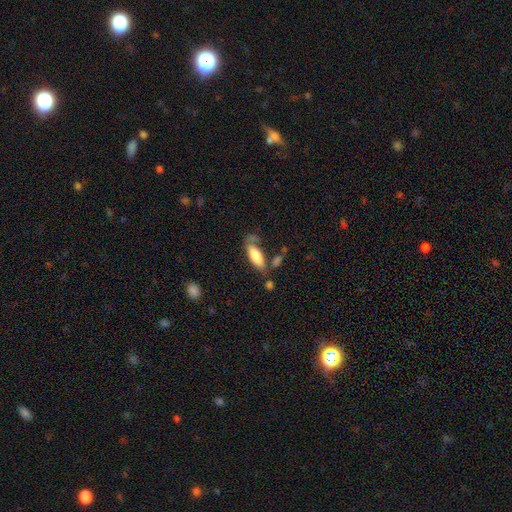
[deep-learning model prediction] This is likely a smooth galaxy (75%). How rounded: likely in between (66%). Merging: possibly none (52%).